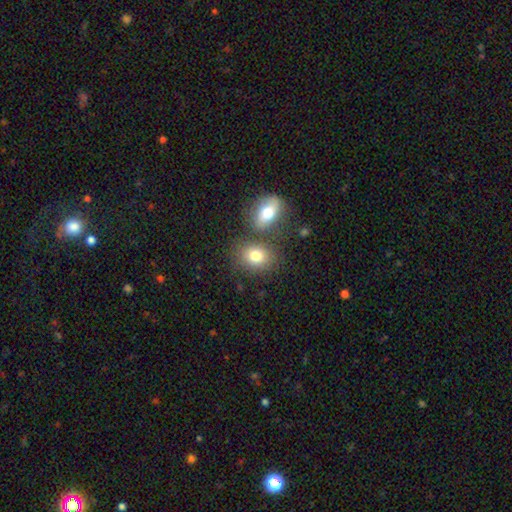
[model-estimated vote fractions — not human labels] A smooth galaxy with no disk features (79%) that is in between round and cigar-shaped (54%).

Vote fractions:
- Smooth or featured? smooth: 79% / featured or disk: 11% / star or artifact: 10%
- How rounded? in between: 54% / round: 45% / cigar-shaped: 1%
- Merging? none: 65% / merger: 20% / minor disturbance: 11% / major disturbance: 4%